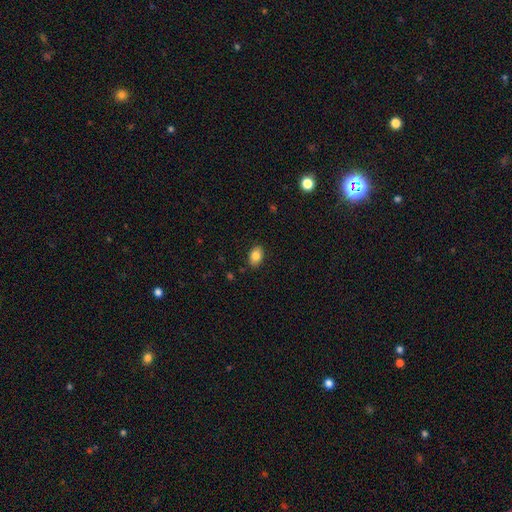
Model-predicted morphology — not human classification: Smooth or featured: smooth — 85% (star or artifact — 8%)
How rounded: in between — 85% (round — 14%)
Merging: none — 88% (minor disturbance — 9%)